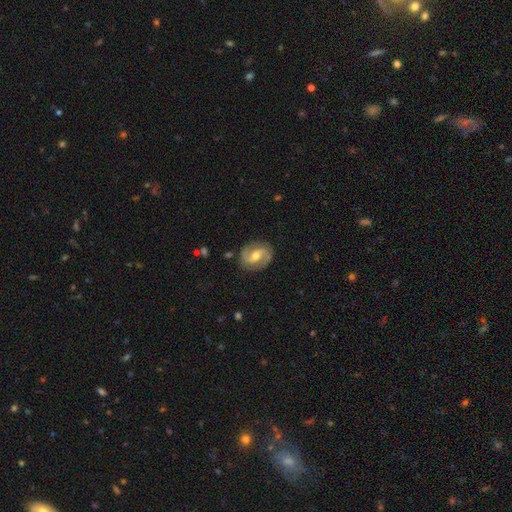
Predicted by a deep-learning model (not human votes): Smooth or featured: featured or disk — 80% (smooth — 14%)
Edge-on disk: no — 97% (yes — 3%)
Bar: weak — 46% (strong — 27%)
Spiral arms: yes — 92% (no — 8%)
Spiral winding: medium — 50% (tight — 28%)
Spiral arm count: 2 — 91% (can't tell — 4%)
Bulge size: moderate — 65% (small — 29%)
Merging: none — 84% (minor disturbance — 11%)